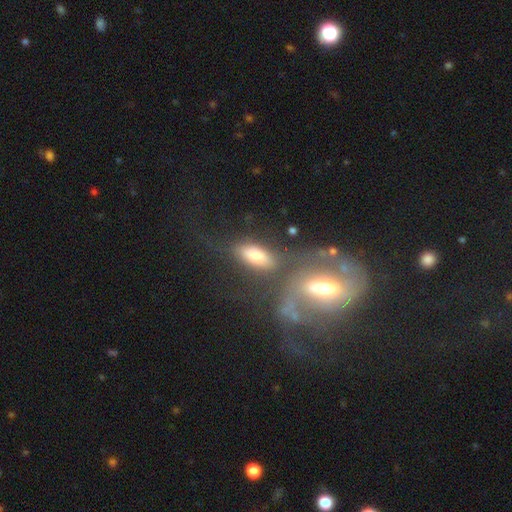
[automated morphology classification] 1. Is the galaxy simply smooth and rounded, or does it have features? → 60% smooth, 31% featured or disk, 9% star or artifact.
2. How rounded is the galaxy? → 79% in between, 17% cigar-shaped, 5% round.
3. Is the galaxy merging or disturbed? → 45% none, 27% merger, 15% minor disturbance, 12% major disturbance.